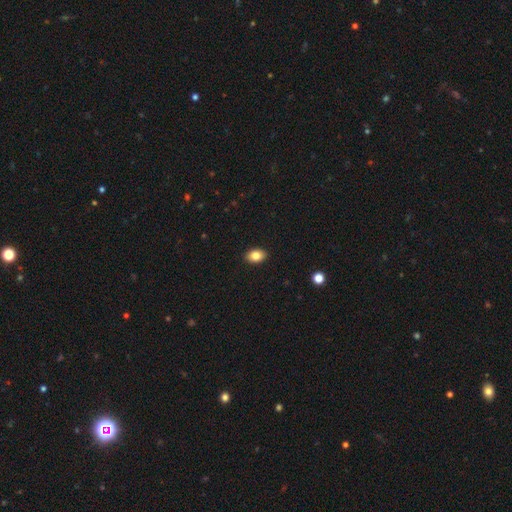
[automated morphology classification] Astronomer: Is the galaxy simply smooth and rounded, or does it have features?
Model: smooth — 84%.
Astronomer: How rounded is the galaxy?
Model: in between — 82%.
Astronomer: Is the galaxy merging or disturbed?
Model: none — 91%.